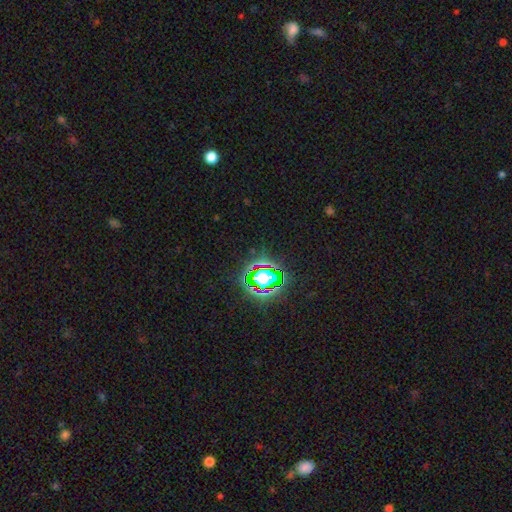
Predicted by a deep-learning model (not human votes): This appears to be a star or artifact, not a galaxy (79%).